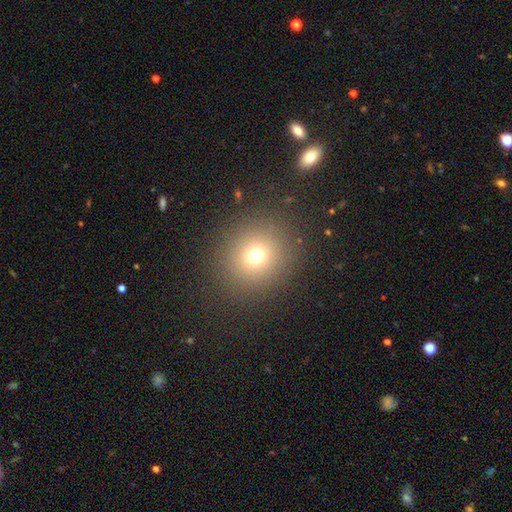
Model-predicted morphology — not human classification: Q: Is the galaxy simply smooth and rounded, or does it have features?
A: smooth — 70%.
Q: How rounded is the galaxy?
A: round — 89%.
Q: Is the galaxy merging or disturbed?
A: none — 88%.